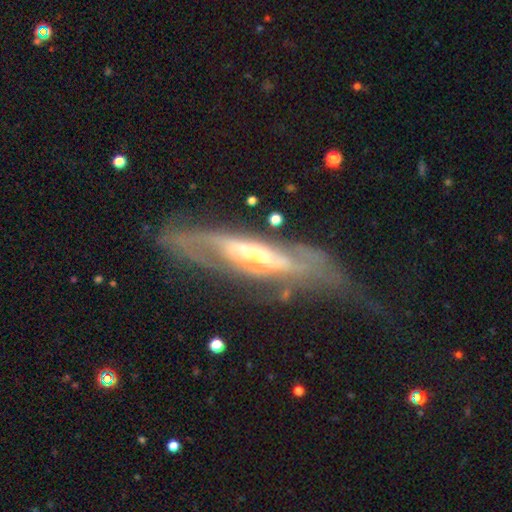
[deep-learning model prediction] Morphology: type=featured or disk (81%); edge-on=no (65%); bar=no (45%); spiral arms=yes (83%); bulge=moderate (47%); merging=none (64%).